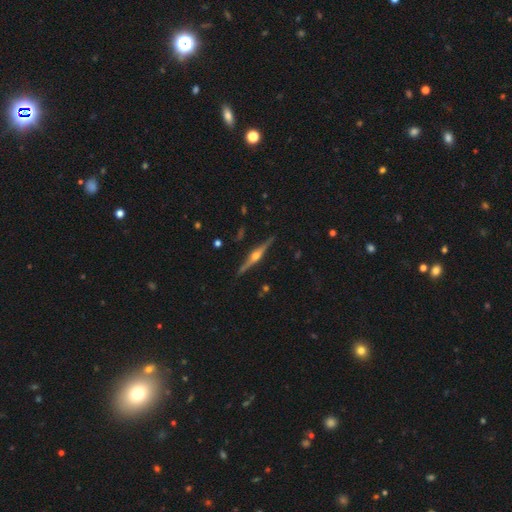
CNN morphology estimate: Smooth or featured? featured or disk (85%)
Edge-on disk? yes (98%)
Edge-on bulge? rounded (94%)
Merging? none (90%)